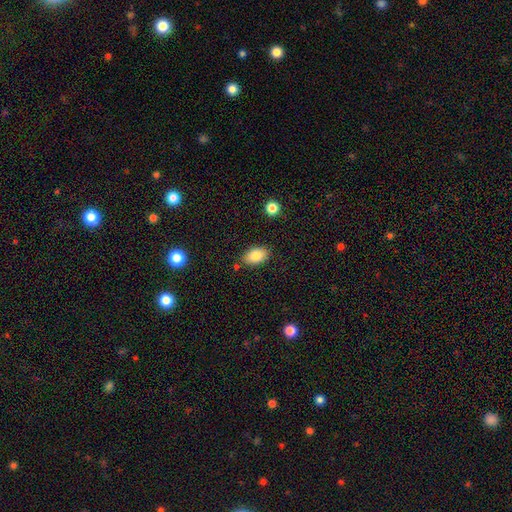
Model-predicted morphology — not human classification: smooth-or-featured: smooth: 83% | featured or disk: 9% | star or artifact: 8%
  how-rounded: in between: 90% | round: 9% | cigar-shaped: 2%
  merging: none: 81% | minor disturbance: 13% | merger: 4% | major disturbance: 3%